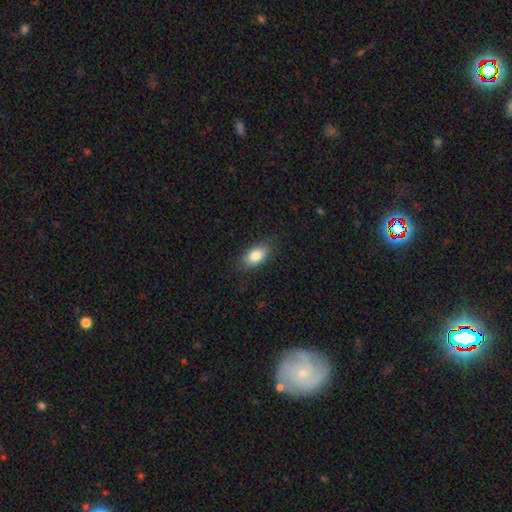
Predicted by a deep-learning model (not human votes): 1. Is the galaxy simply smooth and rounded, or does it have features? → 83% smooth, 10% featured or disk, 7% star or artifact.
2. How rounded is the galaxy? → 89% in between, 6% cigar-shaped, 6% round.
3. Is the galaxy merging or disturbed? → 84% none, 12% minor disturbance, 3% major disturbance, 1% merger.